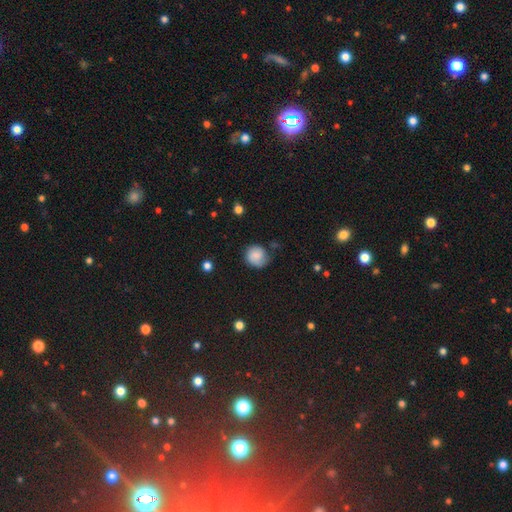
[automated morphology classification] The model was most divided on "merging": none: 65%, minor disturbance: 24%, major disturbance: 8%, merger: 3%. More confident: how rounded — round (86%); smooth or featured — smooth (74%).